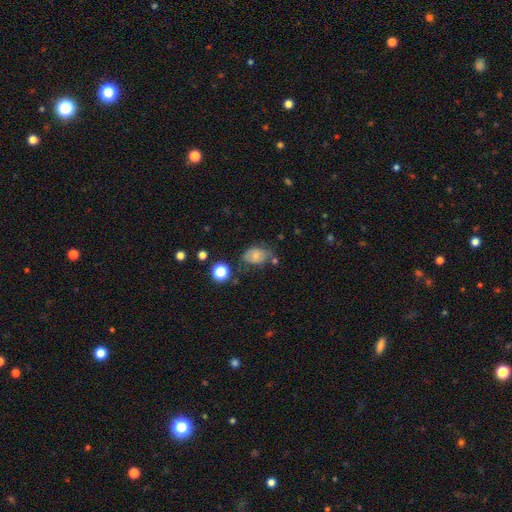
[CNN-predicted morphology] smooth-or-featured: smooth: 67% | featured or disk: 22% | star or artifact: 12%
  how-rounded: in between: 70% | round: 29% | cigar-shaped: 1%
  merging: none: 51% | minor disturbance: 30% | major disturbance: 11% | merger: 8%